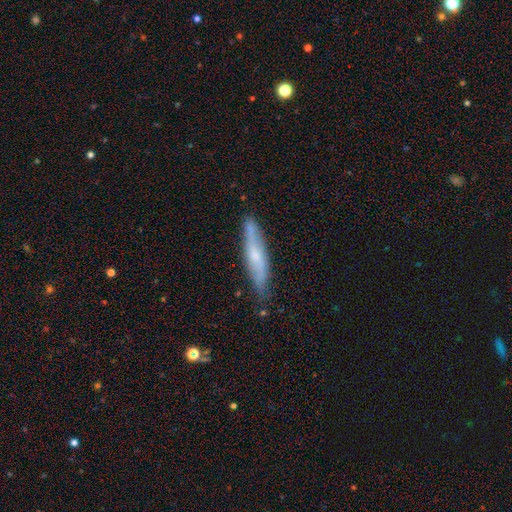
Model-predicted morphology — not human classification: A featured or disk galaxy (52%) viewed edge-on (70%).

Vote fractions:
- Smooth or featured? featured or disk: 52% / smooth: 42% / star or artifact: 6%
- Edge-on disk? yes: 70% / no: 30%
- Merging? none: 79% / minor disturbance: 17% / major disturbance: 3% / merger: 2%